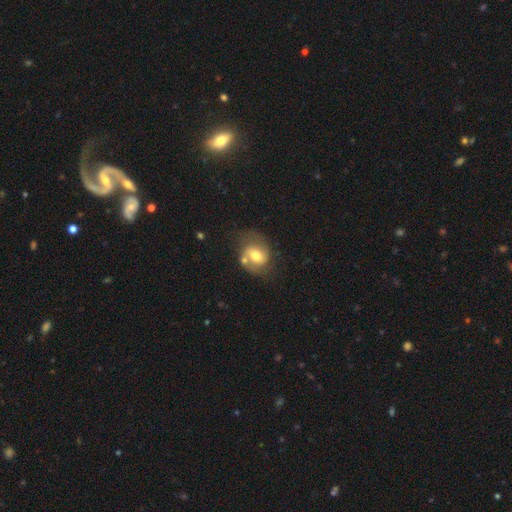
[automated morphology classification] Smooth or featured?
  - smooth: 51% *
  - featured or disk: 41%
  - star or artifact: 8%
How rounded?
  - round: 54% *
  - in between: 45%
  - cigar-shaped: 1%
Merging?
  - none: 49% *
  - minor disturbance: 21%
  - merger: 19%
  - major disturbance: 10%